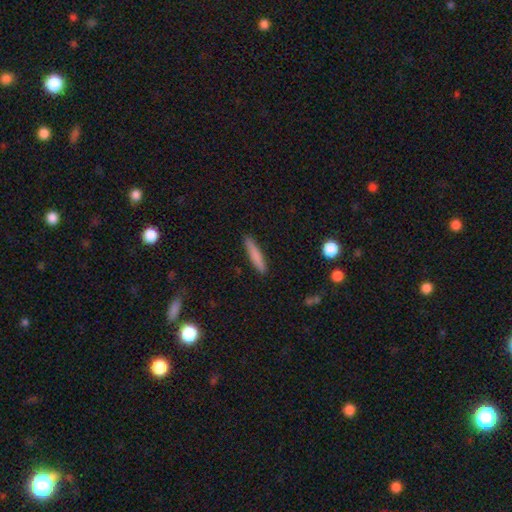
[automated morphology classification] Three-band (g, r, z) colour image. It shows a smooth galaxy with no disk features (79%) that is cigar-shaped (91%). Merging: none (88%).